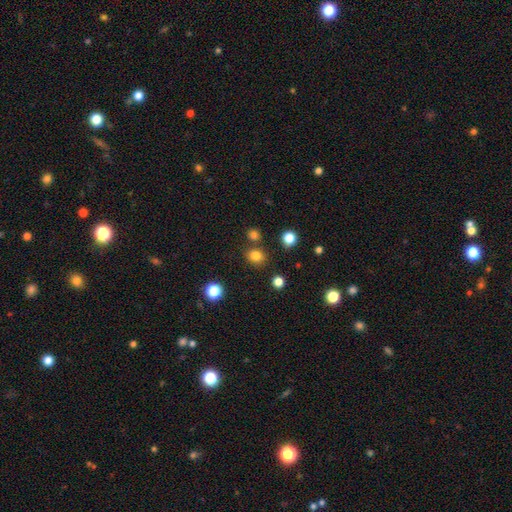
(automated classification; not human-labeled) The model was most divided on "how rounded": round: 74%, in between: 25%, cigar-shaped: 1%. More confident: merging — none (81%); smooth or featured — smooth (81%).